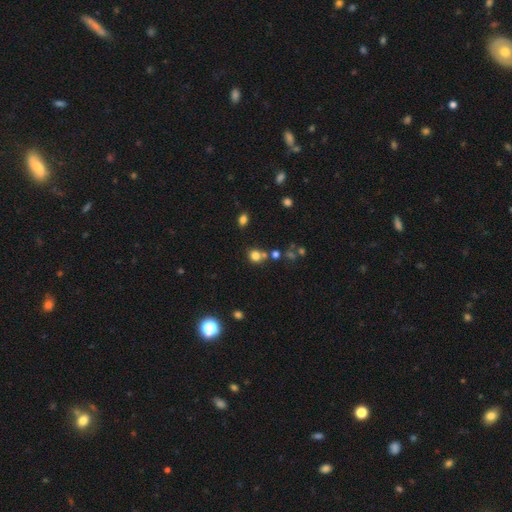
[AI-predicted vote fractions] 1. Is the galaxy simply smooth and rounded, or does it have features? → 76% smooth, 17% star or artifact, 8% featured or disk.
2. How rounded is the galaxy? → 80% round, 19% in between, 1% cigar-shaped.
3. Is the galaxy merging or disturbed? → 61% none, 24% merger, 11% minor disturbance, 5% major disturbance.